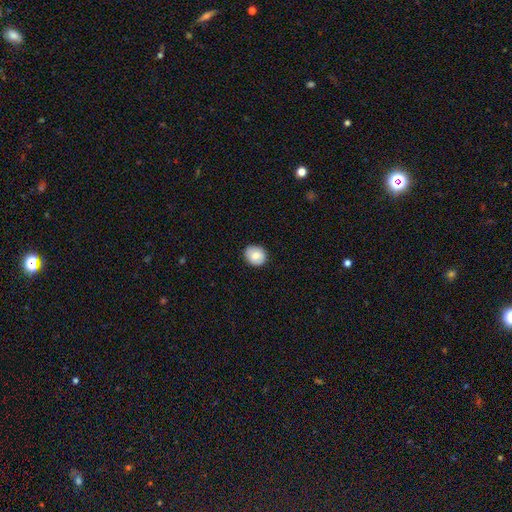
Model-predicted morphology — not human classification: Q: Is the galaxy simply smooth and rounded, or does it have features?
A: smooth — 79%.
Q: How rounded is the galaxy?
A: round — 76%.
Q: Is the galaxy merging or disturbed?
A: none — 87%.